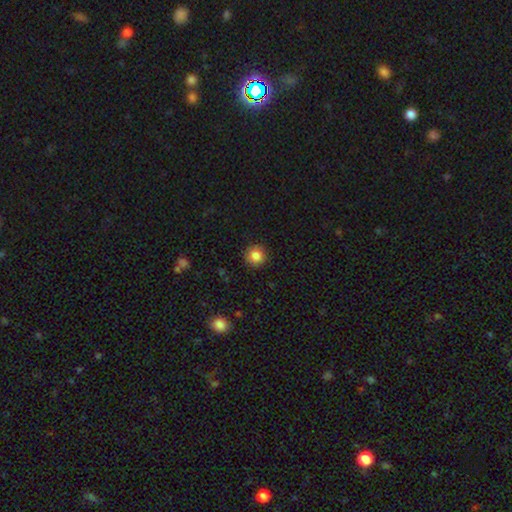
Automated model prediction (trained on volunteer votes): Overall: smooth (85%). How rounded: round (94%). Merging: none (91%).